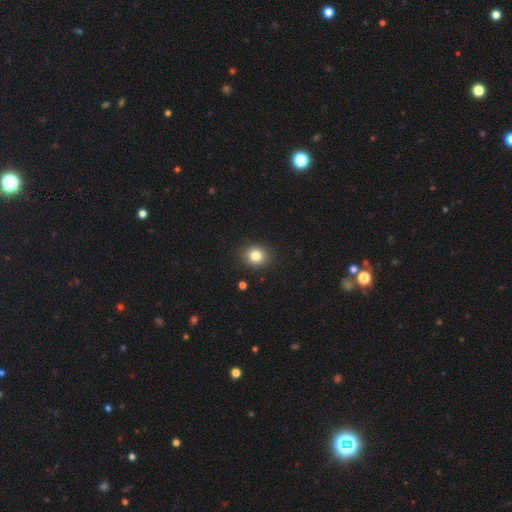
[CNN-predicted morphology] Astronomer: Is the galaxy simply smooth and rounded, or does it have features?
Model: smooth — 83%.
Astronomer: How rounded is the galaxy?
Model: round — 64%.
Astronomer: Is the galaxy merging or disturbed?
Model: none — 89%.